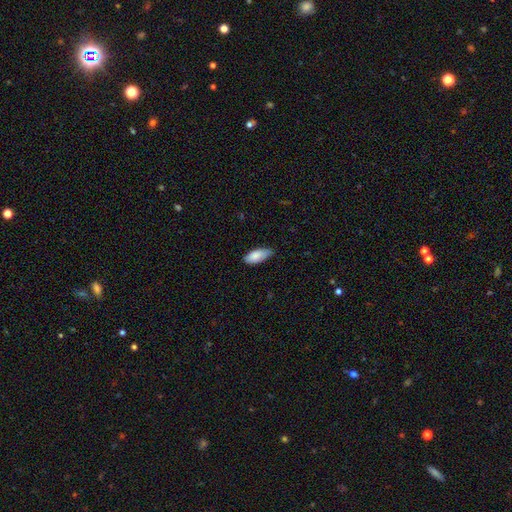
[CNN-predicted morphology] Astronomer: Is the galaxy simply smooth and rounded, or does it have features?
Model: smooth — 86%.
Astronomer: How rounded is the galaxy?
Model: in between — 85%.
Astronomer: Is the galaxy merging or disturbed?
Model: none — 67%.